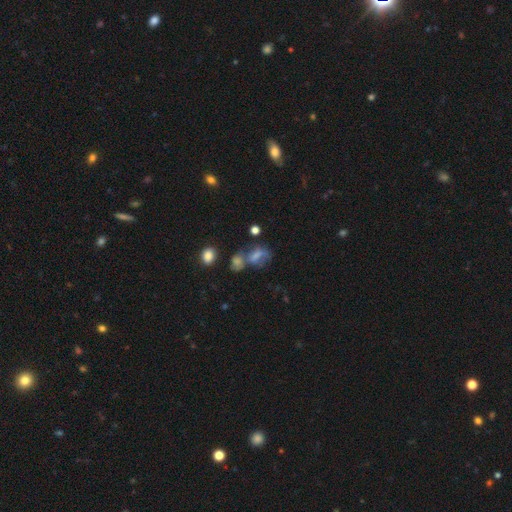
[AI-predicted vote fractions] Smooth or featured?
  - featured or disk: 38% *
  - smooth: 35%
  - star or artifact: 27%
Merging?
  - none: 39% *
  - merger: 32%
  - minor disturbance: 15%
  - major disturbance: 14%